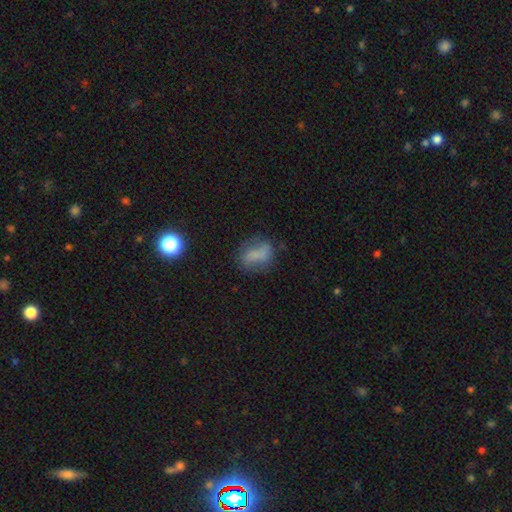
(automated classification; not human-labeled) smooth-or-featured: smooth: 64% | featured or disk: 24% | star or artifact: 12%
  how-rounded: in between: 71% | round: 23% | cigar-shaped: 6%
  merging: none: 60% | minor disturbance: 24% | major disturbance: 12% | merger: 4%